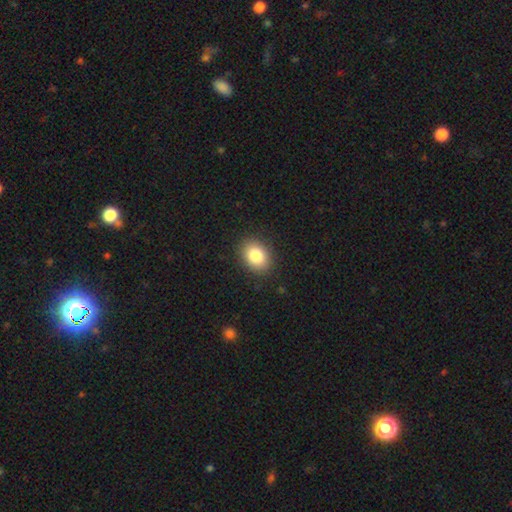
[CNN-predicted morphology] smooth_or_featured: smooth (p=0.84) [alt: star or artifact p=0.09]
how_rounded: in between (p=0.69) [alt: round p=0.30]
merging: none (p=0.88) [alt: minor disturbance p=0.08]